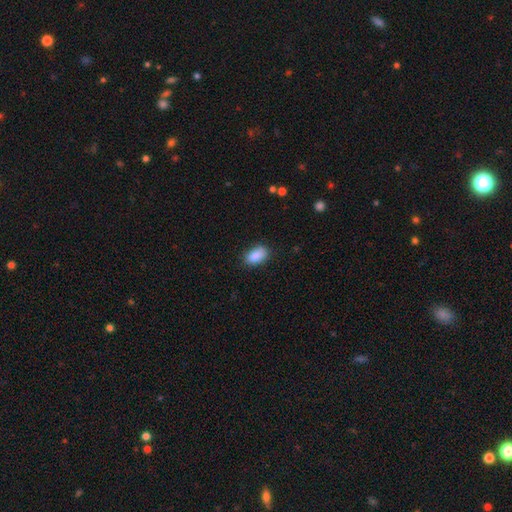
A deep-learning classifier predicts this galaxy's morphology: smooth-or-featured: smooth: 87% | star or artifact: 8% | featured or disk: 5%
  how-rounded: in between: 91% | round: 7% | cigar-shaped: 3%
  merging: none: 79% | minor disturbance: 16% | major disturbance: 3% | merger: 1%